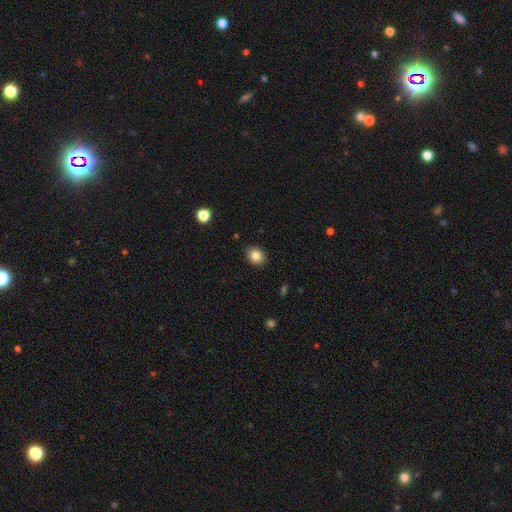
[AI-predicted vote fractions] Overall: smooth (84%). How rounded: round (62%; in between 37%). Merging: none (89%).